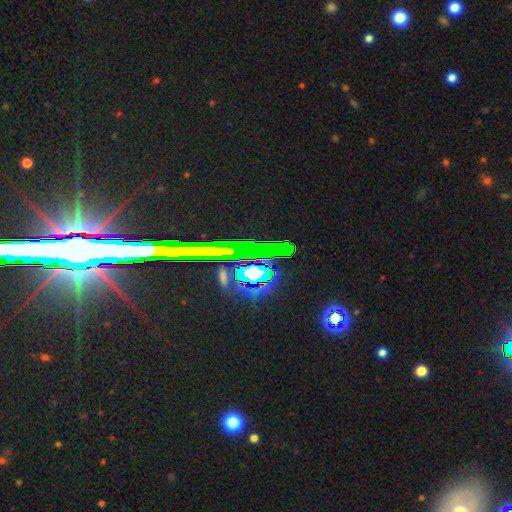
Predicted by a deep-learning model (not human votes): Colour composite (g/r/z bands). It shows a star or artifact, not a galaxy (80%).